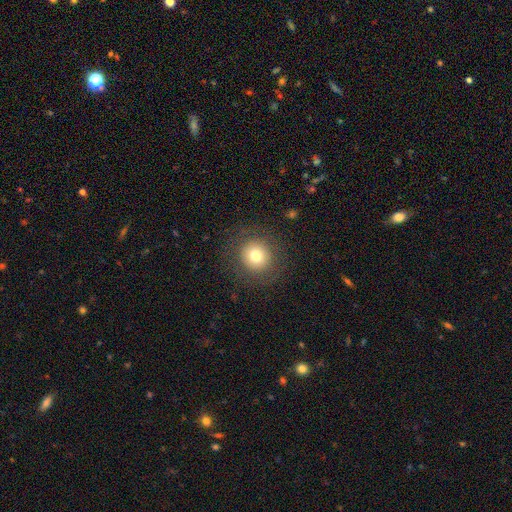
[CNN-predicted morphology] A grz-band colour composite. It shows a smooth galaxy with no disk features (76%) that is round (93%). Merging: none (87%).